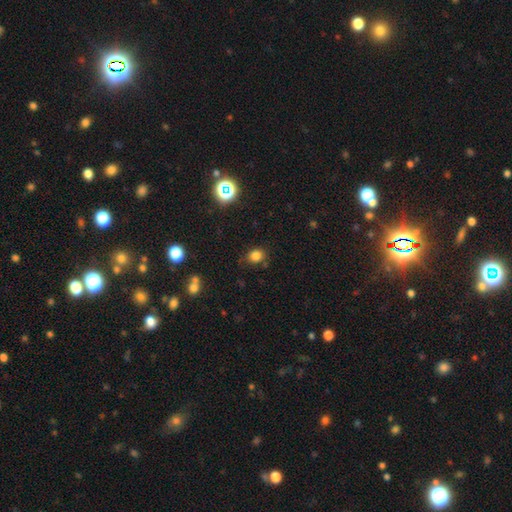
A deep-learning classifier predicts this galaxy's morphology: Smooth or featured: smooth — 79% (star or artifact — 15%)
How rounded: round — 66% (in between — 33%)
Merging: none — 77% (minor disturbance — 15%)